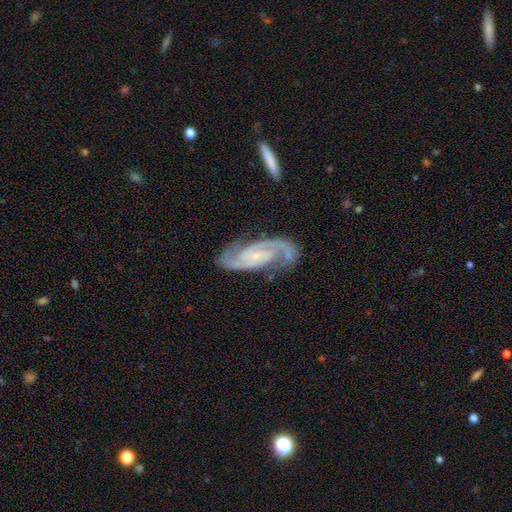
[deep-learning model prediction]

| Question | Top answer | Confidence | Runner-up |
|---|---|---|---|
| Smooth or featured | featured or disk | 91% | star or artifact (5%) |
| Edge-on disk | no | 96% | yes (4%) |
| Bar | no | 48% | weak (35%) |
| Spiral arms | yes | 98% | no (2%) |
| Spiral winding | medium | 50% | tight (39%) |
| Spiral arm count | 2 | 92% | can't tell (3%) |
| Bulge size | small | 72% | moderate (14%) |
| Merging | none | 77% | minor disturbance (15%) |